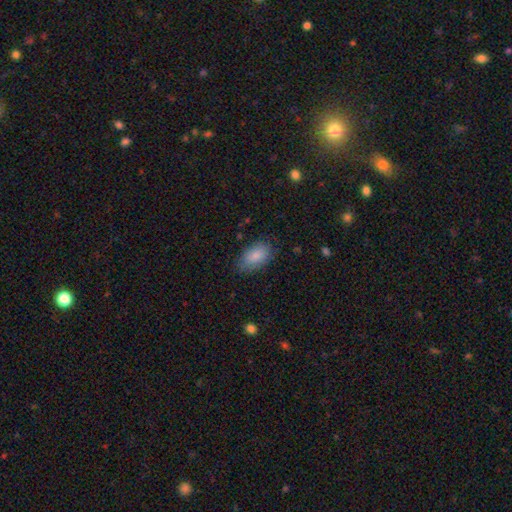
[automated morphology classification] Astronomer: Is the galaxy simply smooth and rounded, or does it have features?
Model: smooth — 86%.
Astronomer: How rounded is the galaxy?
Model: in between — 93%.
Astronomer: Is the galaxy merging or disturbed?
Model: none — 78%.